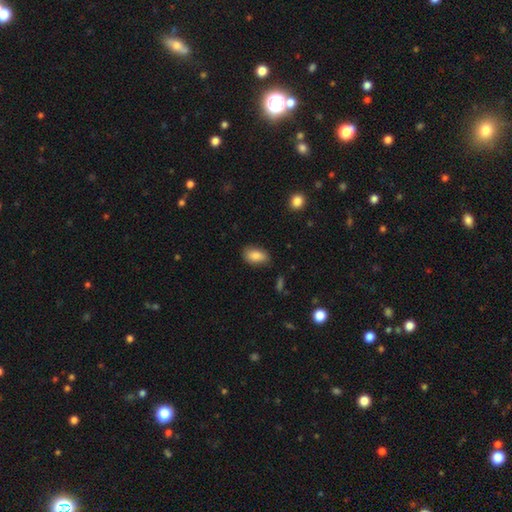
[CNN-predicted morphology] Smooth or featured?
  - smooth: 86% *
  - star or artifact: 7%
  - featured or disk: 7%
How rounded?
  - in between: 91% *
  - round: 6%
  - cigar-shaped: 3%
Merging?
  - none: 79% *
  - minor disturbance: 16%
  - major disturbance: 3%
  - merger: 2%